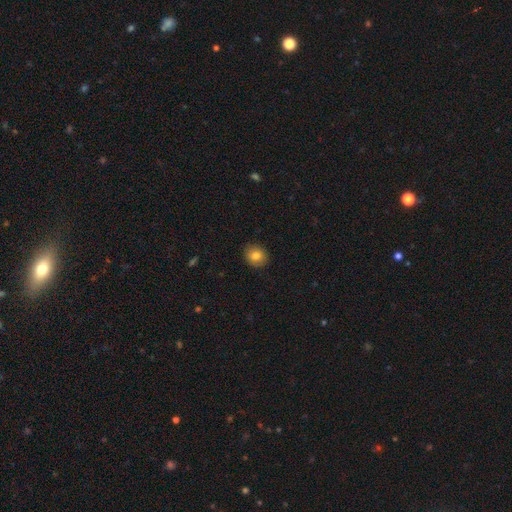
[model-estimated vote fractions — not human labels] A smooth galaxy with no disk features (82%) that is round (74%). Merging: none (89%).